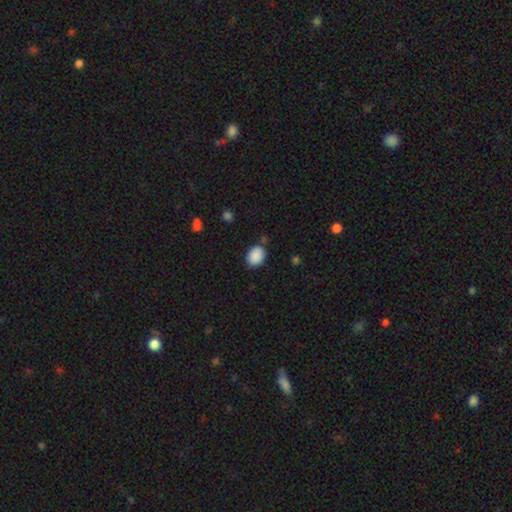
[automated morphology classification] A smooth galaxy with no disk features (88%) that is in between round and cigar-shaped (54%).

Vote fractions:
- Smooth or featured? smooth: 88% / star or artifact: 8% / featured or disk: 4%
- How rounded? in between: 54% / round: 45% / cigar-shaped: 1%
- Merging? none: 79% / minor disturbance: 14% / merger: 4% / major disturbance: 3%